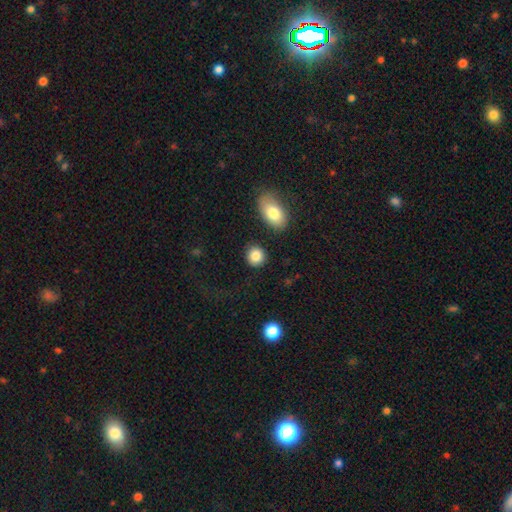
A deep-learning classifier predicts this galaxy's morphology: smooth 86%, star or artifact 8%, featured or disk 6%. Down the decision tree: how rounded — round (83%); merging — none (85%).